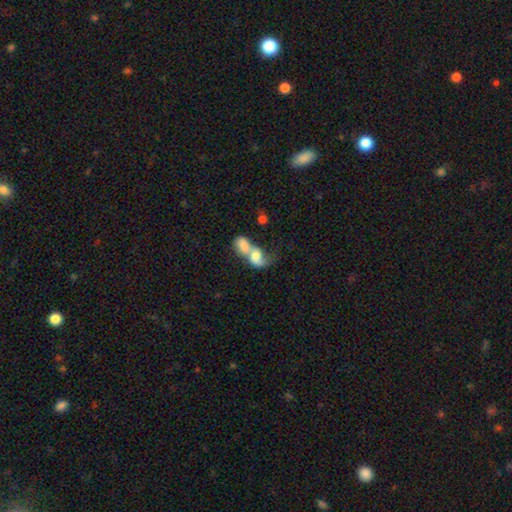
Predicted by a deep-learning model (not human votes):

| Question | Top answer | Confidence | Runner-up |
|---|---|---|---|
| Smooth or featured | smooth | 62% | featured or disk (30%) |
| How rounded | in between | 75% | round (21%) |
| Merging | merger | 82% | none (7%) |